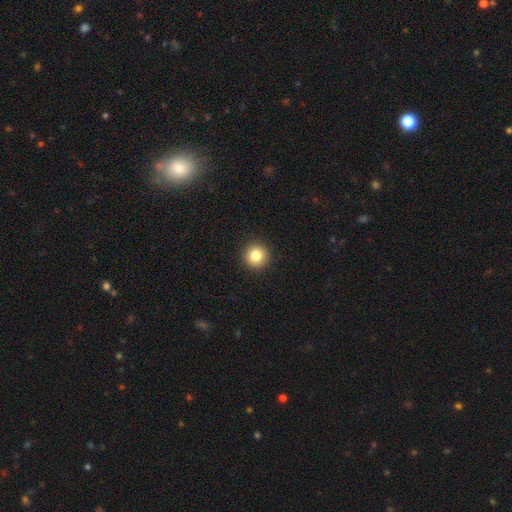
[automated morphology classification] Smooth or featured?
  - smooth: 83% *
  - star or artifact: 11%
  - featured or disk: 7%
How rounded?
  - round: 95% *
  - in between: 4%
  - cigar-shaped: 1%
Merging?
  - none: 93% *
  - minor disturbance: 4%
  - major disturbance: 2%
  - merger: 1%